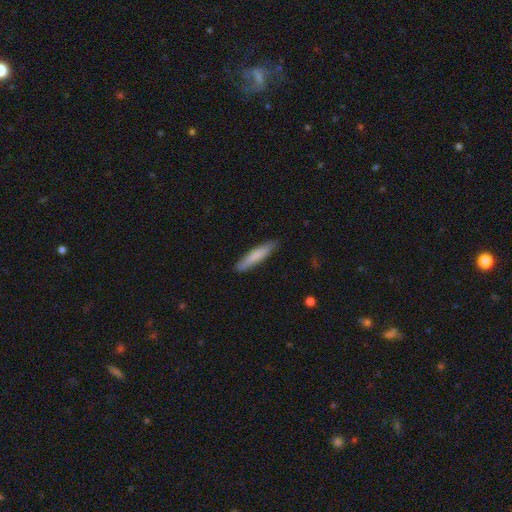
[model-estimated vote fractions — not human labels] smooth 78%, featured or disk 16%, star or artifact 5%. Down the decision tree: how rounded — cigar-shaped (88%); merging — none (86%).